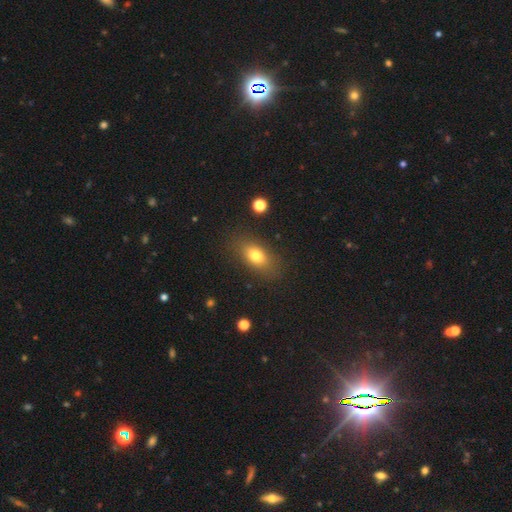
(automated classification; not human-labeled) smooth-or-featured: smooth: 76% | featured or disk: 13% | star or artifact: 10%
  how-rounded: in between: 81% | round: 13% | cigar-shaped: 6%
  merging: none: 82% | minor disturbance: 12% | major disturbance: 5% | merger: 2%